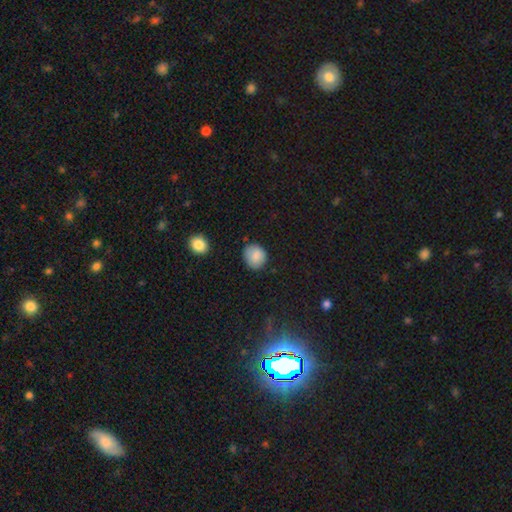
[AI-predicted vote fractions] This is clearly a smooth galaxy (86%). How rounded: likely round (74%). Merging: likely none (78%).